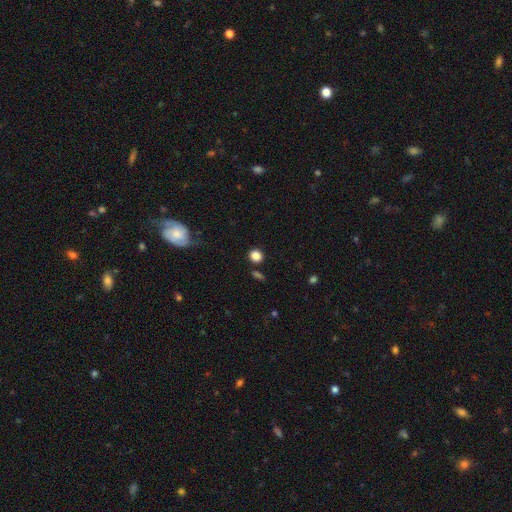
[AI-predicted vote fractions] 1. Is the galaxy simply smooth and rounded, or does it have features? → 84% smooth, 12% star or artifact, 4% featured or disk.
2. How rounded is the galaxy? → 86% round, 13% in between, 1% cigar-shaped.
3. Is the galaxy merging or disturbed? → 85% none, 8% minor disturbance, 5% merger, 3% major disturbance.